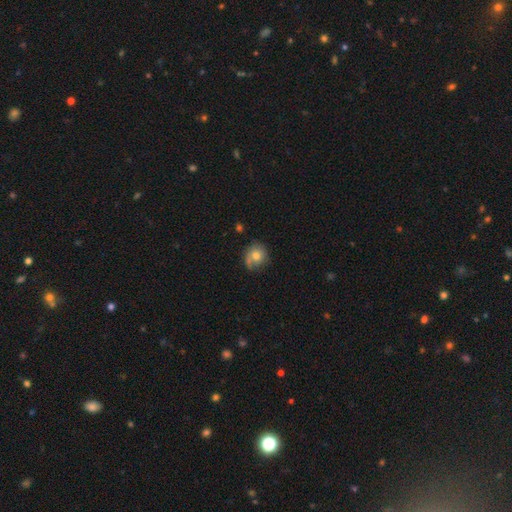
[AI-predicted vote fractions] This appears to be a smooth galaxy with no disk features (64%) that is round (78%). Merging: none (59%).